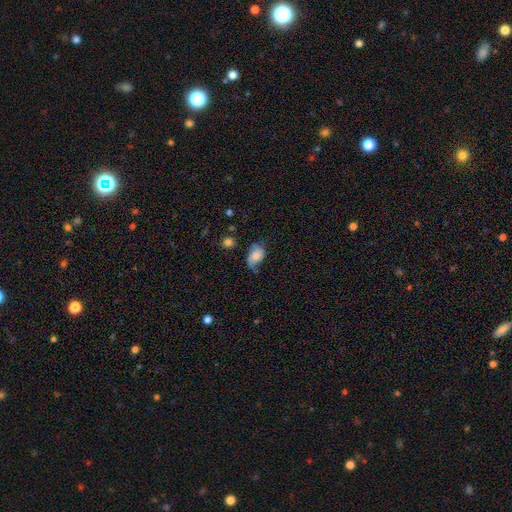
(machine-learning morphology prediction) A smooth galaxy with no disk features (62%) that is in between round and cigar-shaped (85%).

Vote fractions:
- Smooth or featured? smooth: 62% / featured or disk: 29% / star or artifact: 8%
- How rounded? in between: 85% / round: 14% / cigar-shaped: 2%
- Merging? none: 42% / minor disturbance: 37% / major disturbance: 17% / merger: 4%